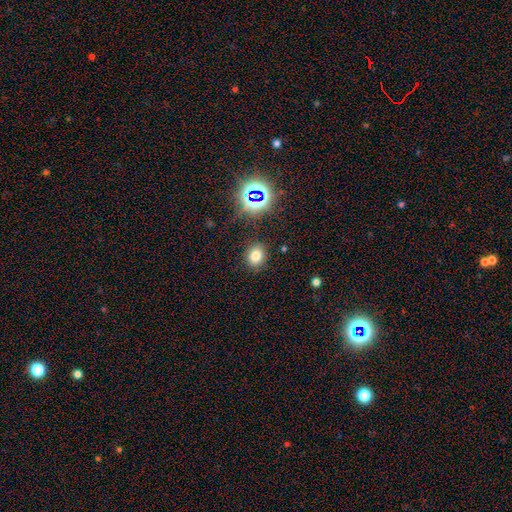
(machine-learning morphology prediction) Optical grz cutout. It shows a smooth galaxy with no disk features (72%) that is round (57%). Merging: none (85%).